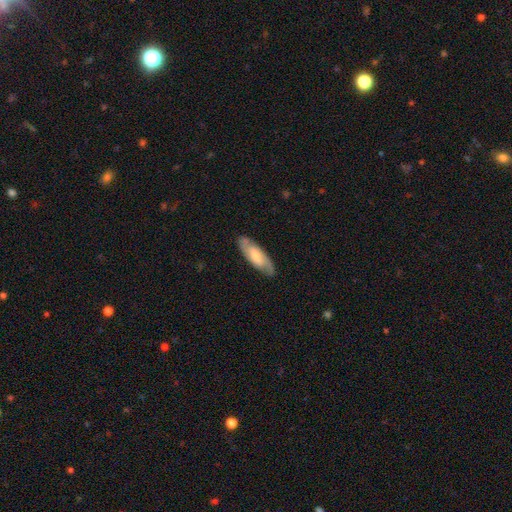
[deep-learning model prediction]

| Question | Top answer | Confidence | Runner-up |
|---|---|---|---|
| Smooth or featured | featured or disk | 58% | smooth (36%) |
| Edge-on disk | no | 81% | yes (19%) |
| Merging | none | 85% | minor disturbance (11%) |